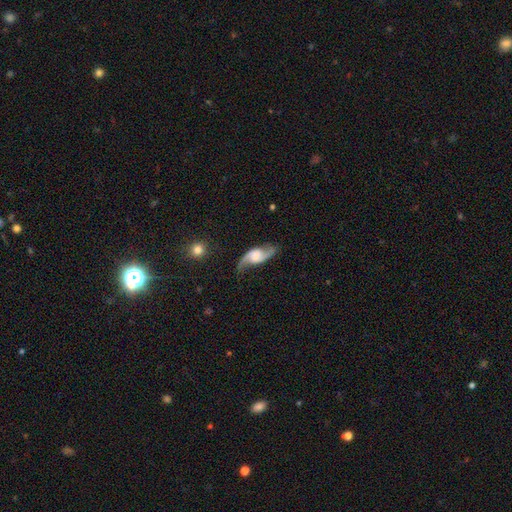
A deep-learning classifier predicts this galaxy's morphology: type=featured or disk (84%); edge-on=no (94%); bar=no (49%); spiral arms=yes (96%); winding=loose (66%); arm count=2 (93%); bulge=moderate (30%); merging=none (73%).